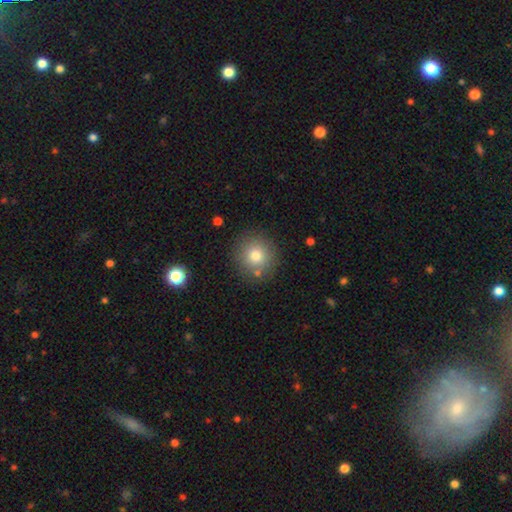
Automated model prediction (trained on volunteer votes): smooth_or_featured: smooth (p=0.77) [alt: star or artifact p=0.12]
how_rounded: round (p=0.92) [alt: in between p=0.07]
merging: none (p=0.83) [alt: minor disturbance p=0.09]